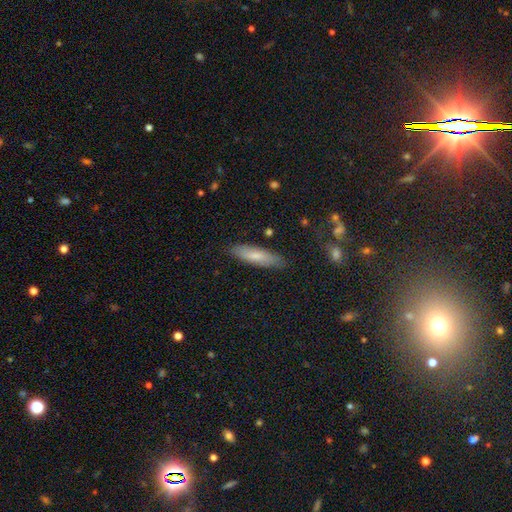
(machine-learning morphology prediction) A smooth galaxy with no disk features (73%) that is cigar-shaped (66%).

Vote fractions:
- Smooth or featured? smooth: 73% / featured or disk: 20% / star or artifact: 7%
- How rounded? cigar-shaped: 66% / in between: 33% / round: 2%
- Merging? none: 84% / minor disturbance: 12% / major disturbance: 3% / merger: 1%